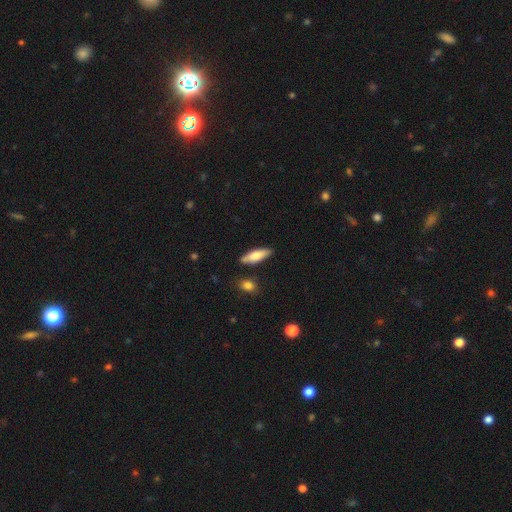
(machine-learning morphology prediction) This is likely a smooth galaxy (70%). How rounded: possibly cigar-shaped (51%). Merging: clearly none (80%).